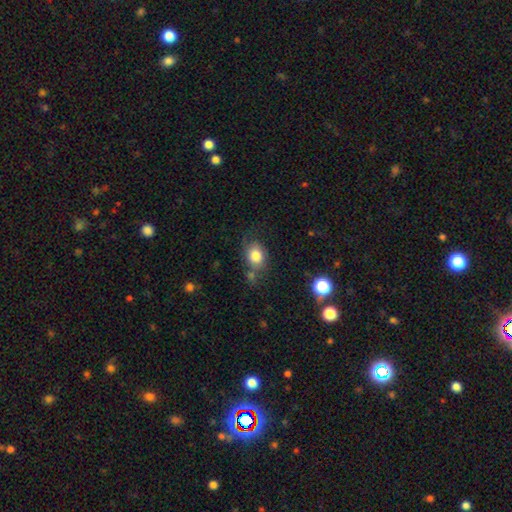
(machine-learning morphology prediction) This appears to be a smooth galaxy with no disk features (79%) that is in between round and cigar-shaped (57%). Merging: none (57%).